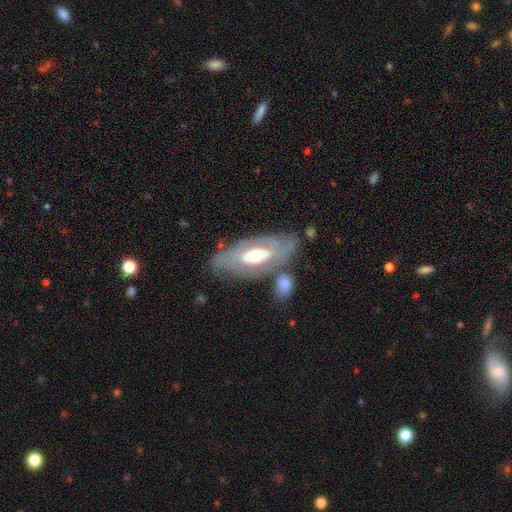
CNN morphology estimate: This appears to be a featured or disk galaxy (68%) with no bar (65%), no spiral arms (59%) and a moderate central bulge (68%). Merging: none (63%).